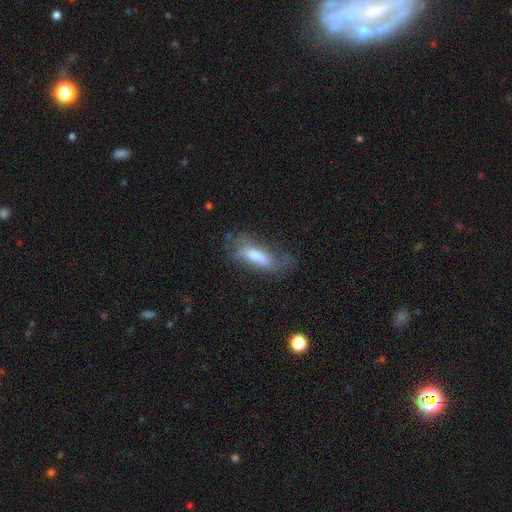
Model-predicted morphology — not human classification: A smooth galaxy with no disk features (53%) that is in between round and cigar-shaped (56%). Merging: none (39%).